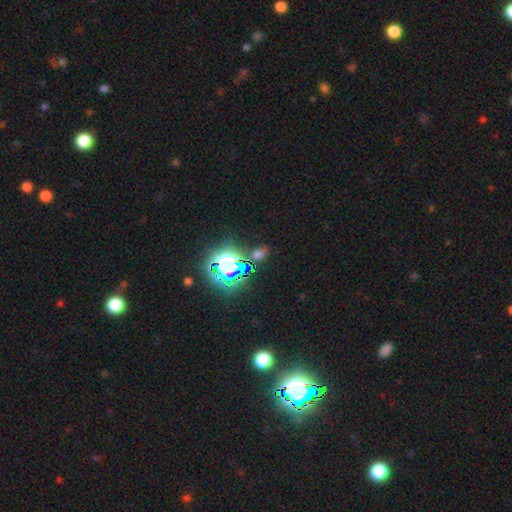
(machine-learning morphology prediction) Smooth or featured? star or artifact (68%)